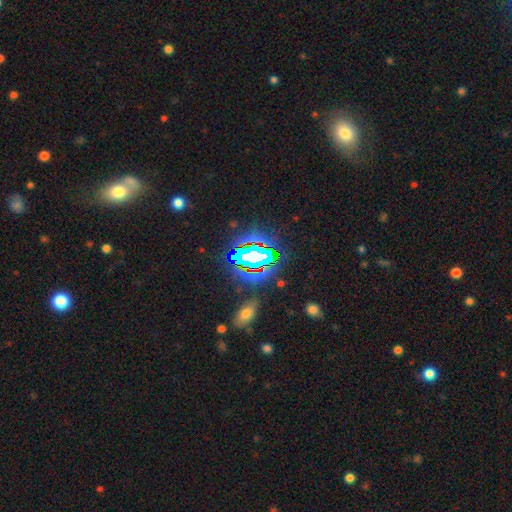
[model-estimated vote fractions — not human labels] This appears to be a star or artifact, not a galaxy (75%).